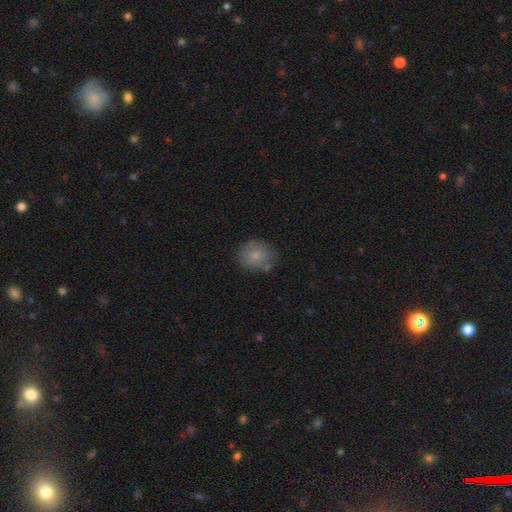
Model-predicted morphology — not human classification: smooth_or_featured: smooth (p=0.78) [alt: featured or disk p=0.13]
how_rounded: round (p=0.63) [alt: in between p=0.36]
merging: none (p=0.73) [alt: minor disturbance p=0.17]